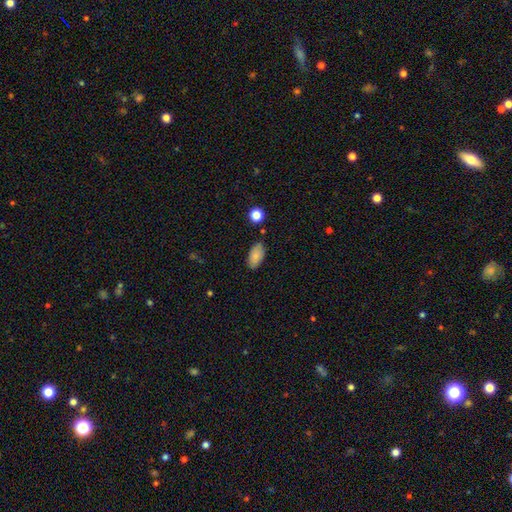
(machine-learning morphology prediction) A smooth galaxy with no disk features (84%) that is in between round and cigar-shaped (93%).

Vote fractions:
- Smooth or featured? smooth: 84% / featured or disk: 8% / star or artifact: 8%
- How rounded? in between: 93% / round: 4% / cigar-shaped: 3%
- Merging? none: 80% / minor disturbance: 14% / major disturbance: 3% / merger: 3%